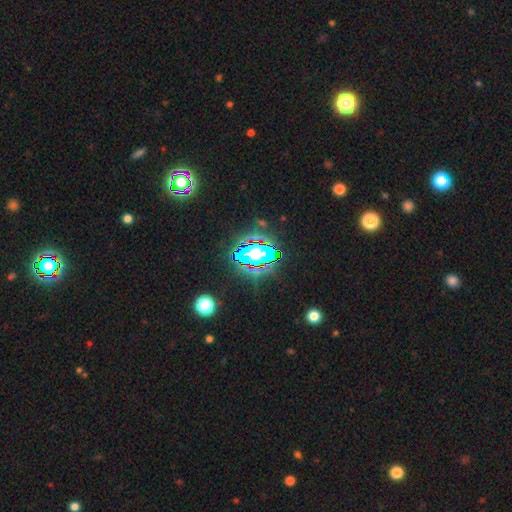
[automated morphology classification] This appears to be a star or artifact, not a galaxy (66%).